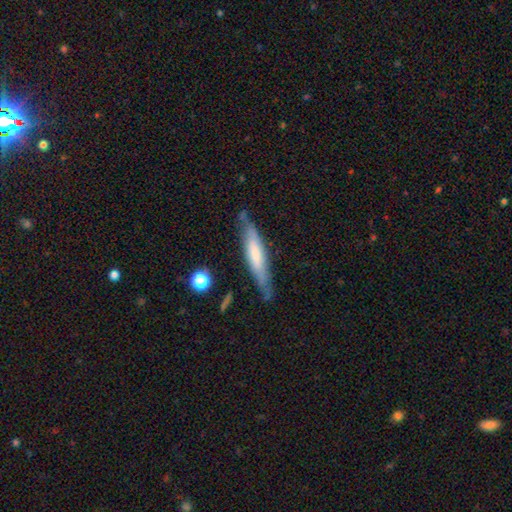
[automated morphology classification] type=smooth (49%); merging=none (75%).